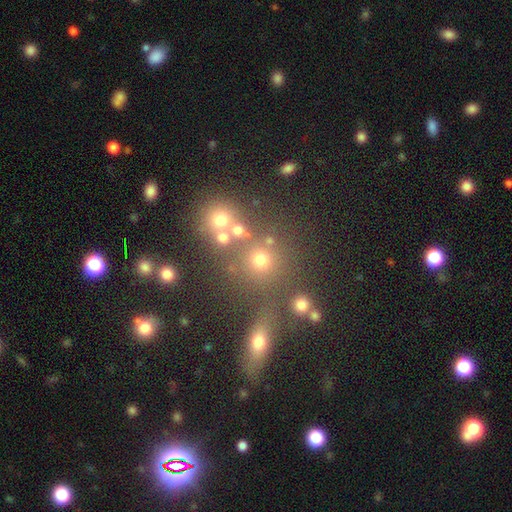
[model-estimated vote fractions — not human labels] Smooth or featured? Predicted: smooth (p=0.42). Merging? Predicted: none (p=0.59).